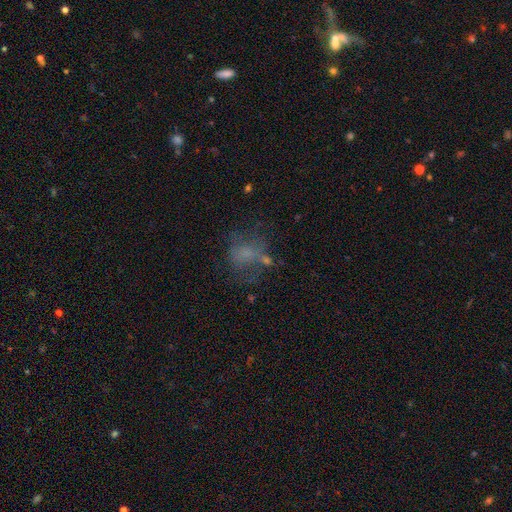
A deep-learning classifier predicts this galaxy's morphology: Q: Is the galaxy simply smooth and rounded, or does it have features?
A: smooth — 45%.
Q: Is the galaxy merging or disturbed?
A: none — 43%.